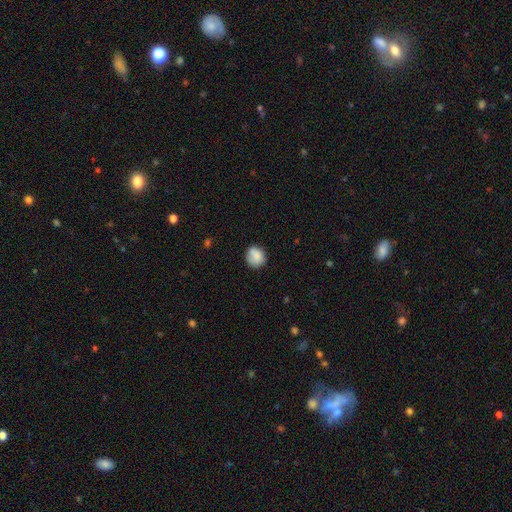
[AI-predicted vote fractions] Smooth or featured?
  - smooth: 83% *
  - featured or disk: 9%
  - star or artifact: 8%
How rounded?
  - round: 75% *
  - in between: 24%
  - cigar-shaped: 1%
Merging?
  - none: 70% *
  - minor disturbance: 21%
  - major disturbance: 5%
  - merger: 3%